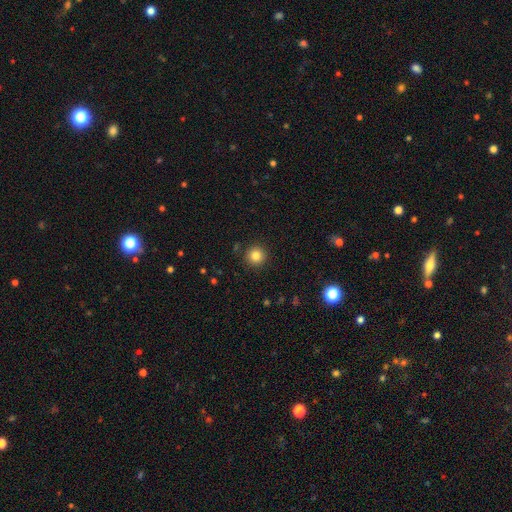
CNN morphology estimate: Smooth or featured?
  - smooth: 83% *
  - star or artifact: 11%
  - featured or disk: 5%
How rounded?
  - round: 95% *
  - in between: 4%
  - cigar-shaped: 1%
Merging?
  - none: 91% *
  - minor disturbance: 6%
  - major disturbance: 2%
  - merger: 1%